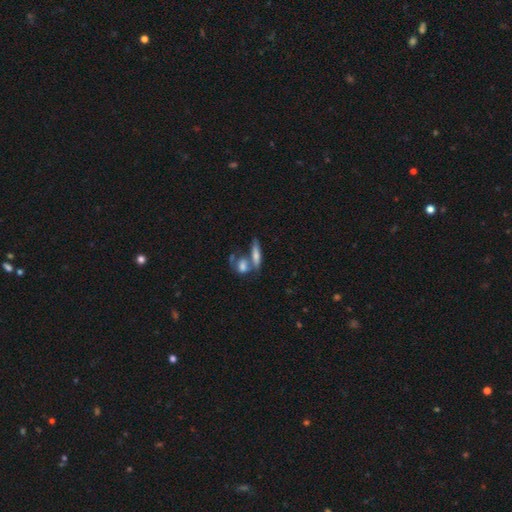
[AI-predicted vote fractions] Smooth or featured?
  - smooth: 52% *
  - featured or disk: 37%
  - star or artifact: 11%
How rounded?
  - cigar-shaped: 50% *
  - in between: 42%
  - round: 8%
Merging?
  - none: 46% *
  - merger: 37%
  - minor disturbance: 11%
  - major disturbance: 6%